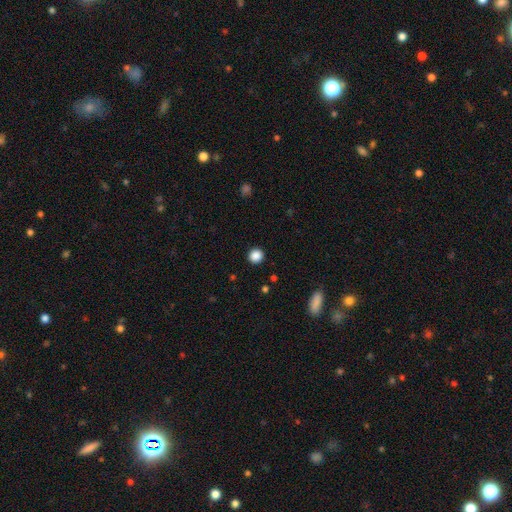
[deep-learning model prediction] A smooth galaxy with no disk features (87%) that is round (93%). Merging: none (92%).